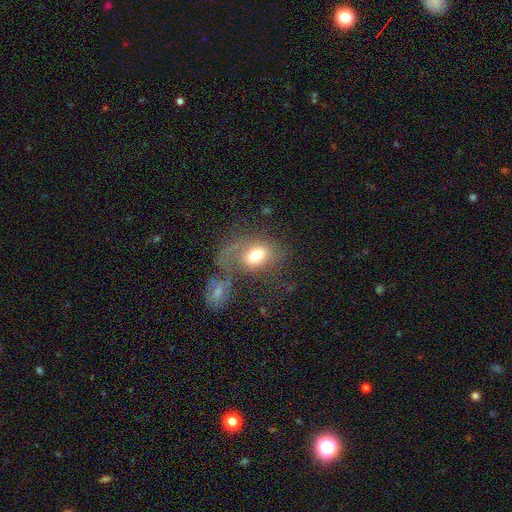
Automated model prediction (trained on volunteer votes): A smooth galaxy with no disk features (65%) that is in between round and cigar-shaped (70%).

Vote fractions:
- Smooth or featured? smooth: 65% / featured or disk: 26% / star or artifact: 9%
- How rounded? in between: 70% / round: 28% / cigar-shaped: 2%
- Merging? merger: 30% (tied) / none: 30% (tied) / major disturbance: 25% / minor disturbance: 15%